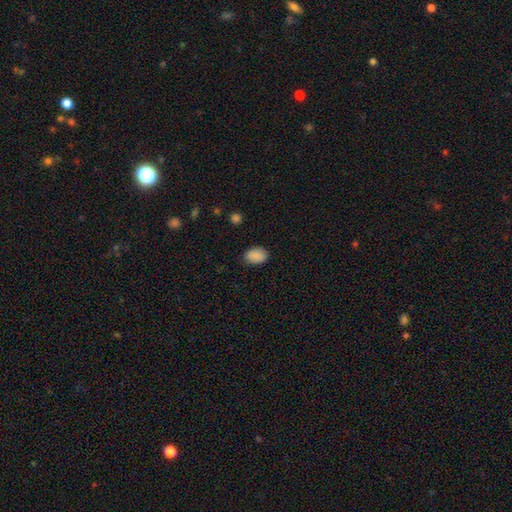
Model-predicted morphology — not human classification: A smooth galaxy with no disk features (89%) that is in between round and cigar-shaped (82%). Merging: none (83%).